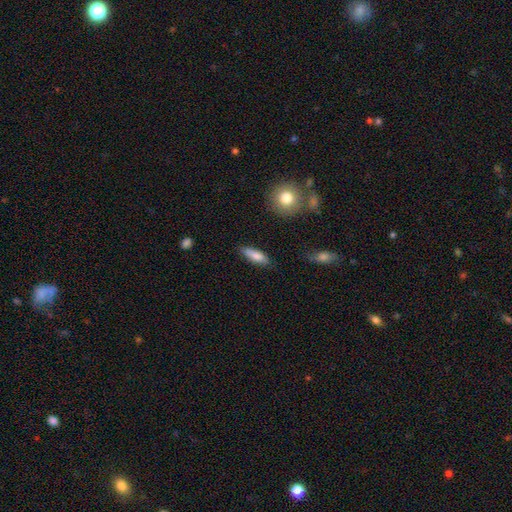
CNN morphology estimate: Smooth or featured? Predicted: smooth (p=0.81). How rounded? Predicted: cigar-shaped (p=0.51). Merging? Predicted: none (p=0.81).